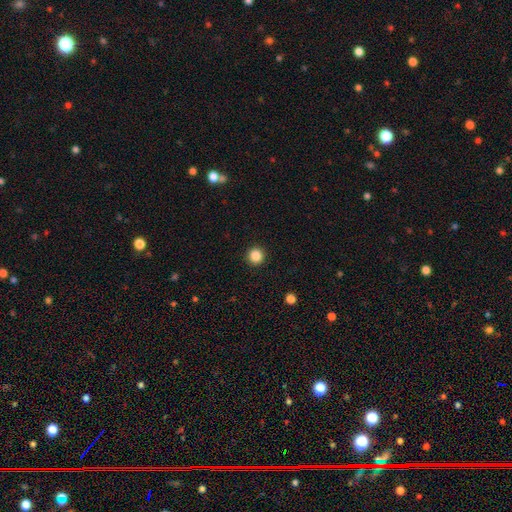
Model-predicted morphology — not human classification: Smooth or featured? smooth (86%)
How rounded? round (95%)
Merging? none (93%)